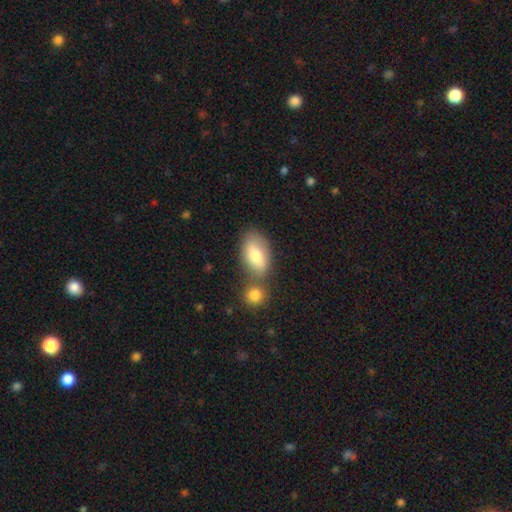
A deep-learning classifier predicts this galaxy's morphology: type=smooth (74%); roundness=in between (91%); merging=none (53%).